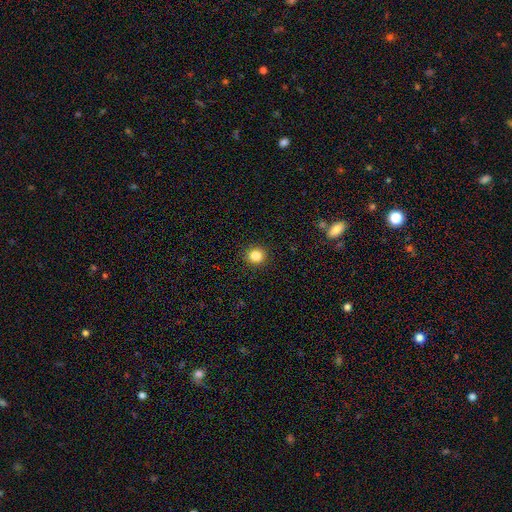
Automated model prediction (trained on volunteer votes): Smooth or featured: smooth — 85% (star or artifact — 11%)
How rounded: round — 89% (in between — 10%)
Merging: none — 92% (minor disturbance — 5%)